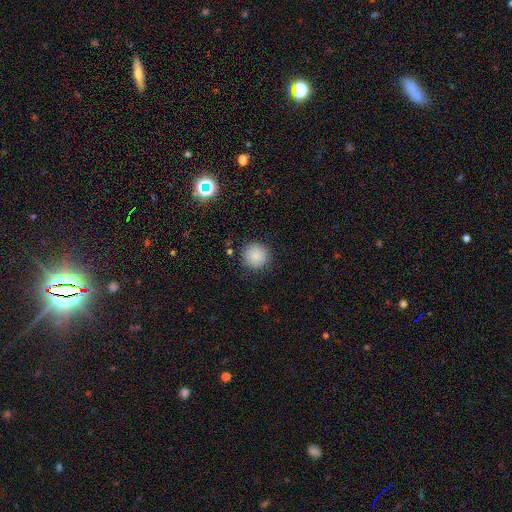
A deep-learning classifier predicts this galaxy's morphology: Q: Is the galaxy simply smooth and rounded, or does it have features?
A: smooth — 87%.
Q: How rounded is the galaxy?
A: round — 95%.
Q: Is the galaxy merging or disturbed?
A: none — 88%.